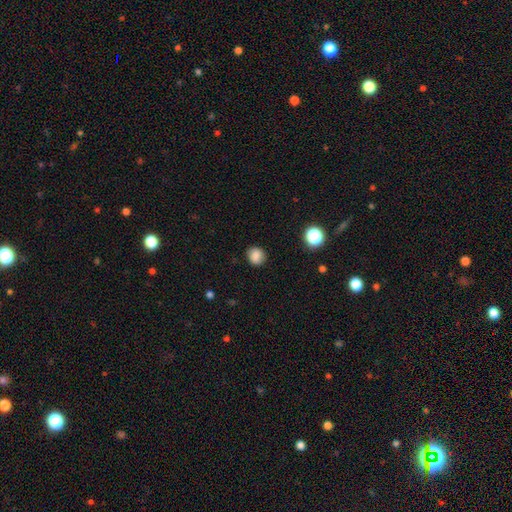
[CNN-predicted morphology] Smooth or featured? smooth (83%)
How rounded? round (78%)
Merging? none (86%)